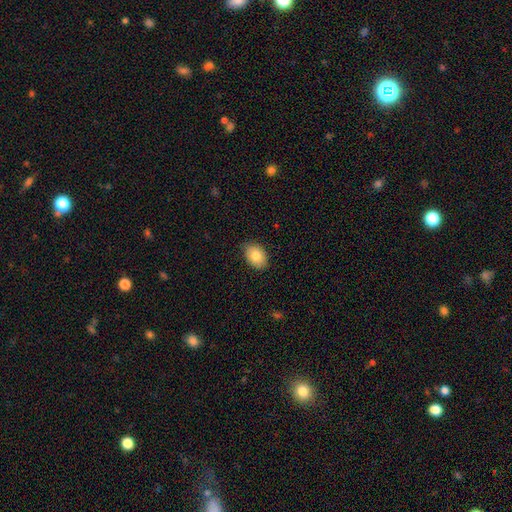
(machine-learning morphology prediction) A smooth galaxy with no disk features (82%) that is in between round and cigar-shaped (82%).

Vote fractions:
- Smooth or featured? smooth: 82% / featured or disk: 10% / star or artifact: 7%
- How rounded? in between: 82% / round: 17% / cigar-shaped: 1%
- Merging? none: 81% / minor disturbance: 16% / major disturbance: 2% / merger: 1%